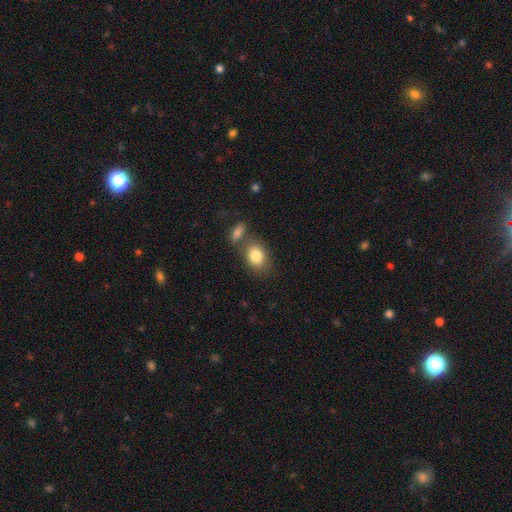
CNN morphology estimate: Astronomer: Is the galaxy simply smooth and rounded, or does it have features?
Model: smooth — 83%.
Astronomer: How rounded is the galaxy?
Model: in between — 68%.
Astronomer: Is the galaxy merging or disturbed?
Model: none — 61%.